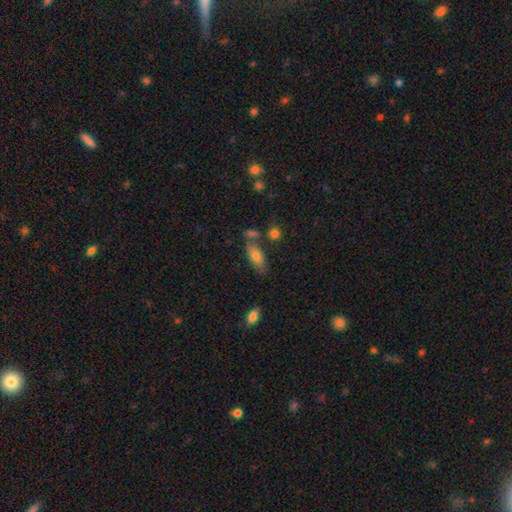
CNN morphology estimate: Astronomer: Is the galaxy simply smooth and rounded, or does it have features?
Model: smooth — 73%.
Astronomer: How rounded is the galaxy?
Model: in between — 75%.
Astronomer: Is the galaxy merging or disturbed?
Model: none — 64%.